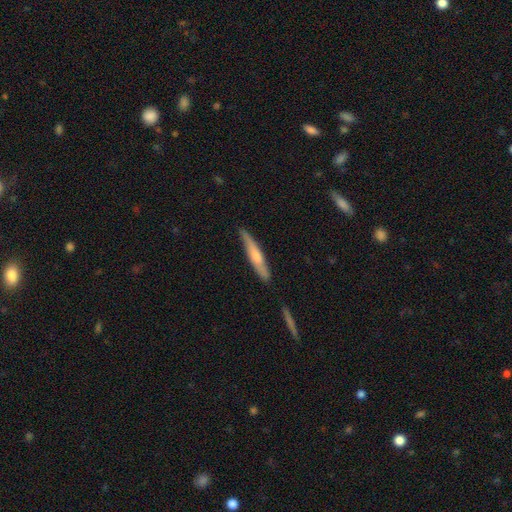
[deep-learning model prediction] A smooth galaxy with no disk features (49%).

Vote fractions:
- Smooth or featured? smooth: 49% / featured or disk: 45% / star or artifact: 6%
- Merging? none: 82% / minor disturbance: 14% / major disturbance: 2% / merger: 2%